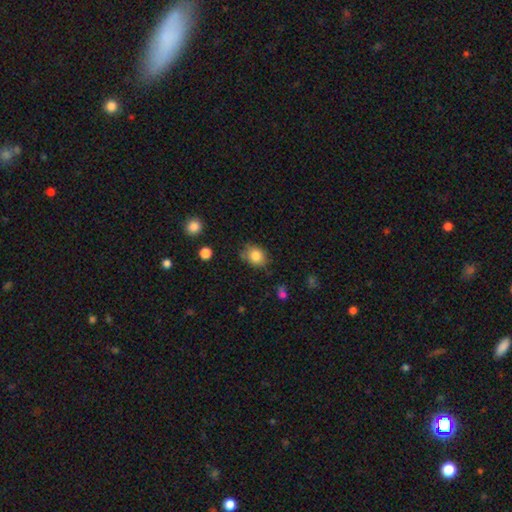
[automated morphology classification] Q: Smooth or featured?
A: smooth (83%); runner-up: star or artifact (9%)
Q: How rounded?
A: in between (54%); runner-up: round (45%)
Q: Merging?
A: none (69%); runner-up: minor disturbance (22%)